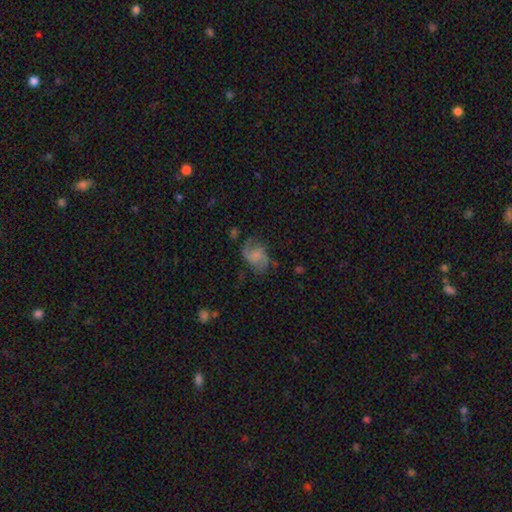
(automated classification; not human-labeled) Smooth or featured?
  - featured or disk: 58% *
  - smooth: 31%
  - star or artifact: 10%
Edge-on disk?
  - no: 98% *
  - yes: 2%
Bar?
  - no: 59% *
  - weak: 34%
  - strong: 7%
Spiral arms?
  - yes: 85% *
  - no: 15%
Bulge size?
  - none: 51% *
  - small: 25%
  - moderate: 15%
  - large: 6%
  - dominant: 2%
Merging?
  - none: 49% *
  - minor disturbance: 24%
  - major disturbance: 24%
  - merger: 3%